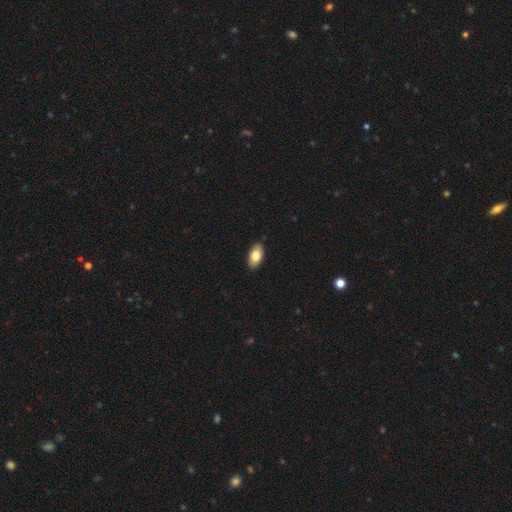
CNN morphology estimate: Overall: smooth (79%). How rounded: in between (93%). Merging: none (89%).